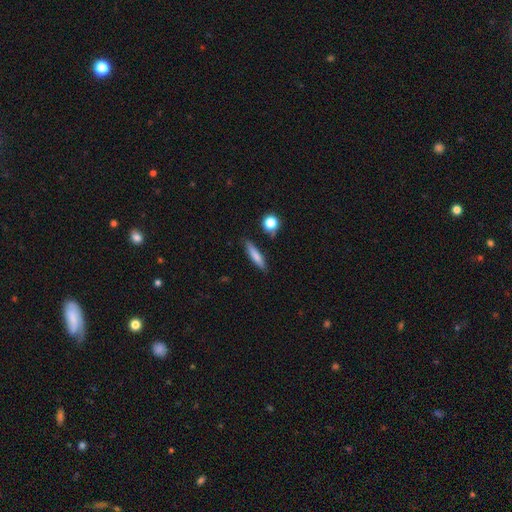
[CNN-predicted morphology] Smooth or featured?
  - smooth: 75% *
  - featured or disk: 18%
  - star or artifact: 7%
How rounded?
  - cigar-shaped: 84% *
  - in between: 14%
  - round: 3%
Merging?
  - none: 84% *
  - minor disturbance: 11%
  - merger: 3%
  - major disturbance: 2%